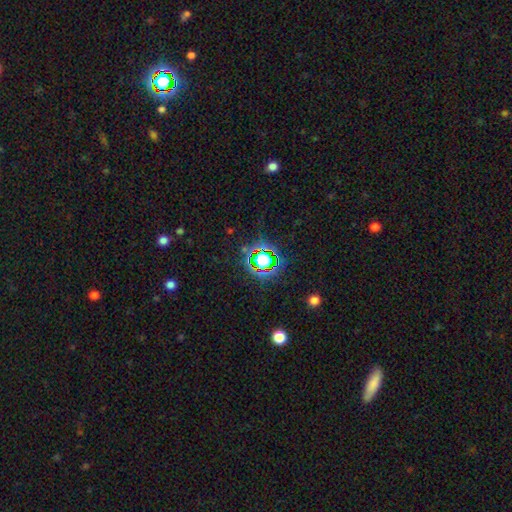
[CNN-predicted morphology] smooth_or_featured: star or artifact (p=0.72) [alt: smooth p=0.17]